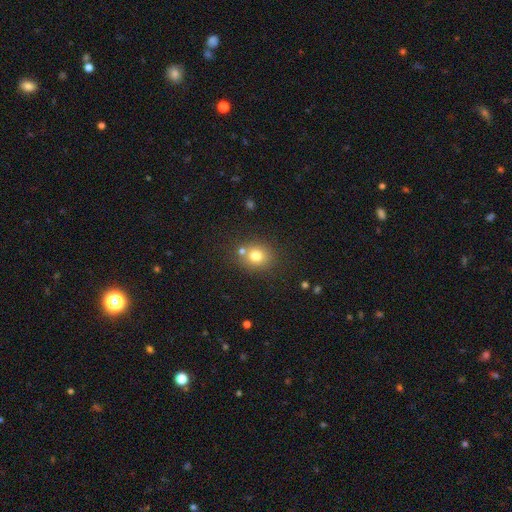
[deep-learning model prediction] Q: Smooth or featured?
A: smooth (76%); runner-up: star or artifact (13%)
Q: How rounded?
A: round (74%); runner-up: in between (25%)
Q: Merging?
A: none (70%); runner-up: merger (16%)